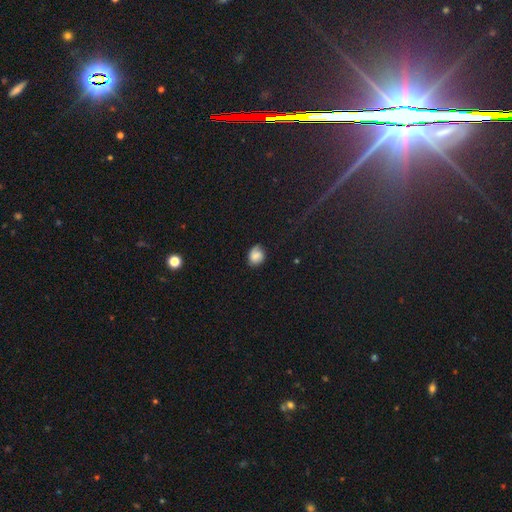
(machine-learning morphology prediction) A smooth galaxy with no disk features (73%) that is round (55%).

Vote fractions:
- Smooth or featured? smooth: 73% / featured or disk: 16% / star or artifact: 11%
- How rounded? round: 55% / in between: 44% / cigar-shaped: 1%
- Merging? none: 67% / minor disturbance: 26% / major disturbance: 6% / merger: 2%